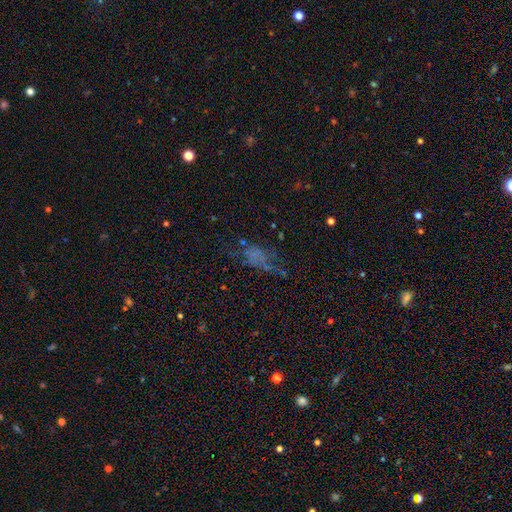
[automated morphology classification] A smooth galaxy with no disk features (41%).

Vote fractions:
- Smooth or featured? smooth: 41% / featured or disk: 33% / star or artifact: 26%
- Merging? none: 38% / major disturbance: 34% / minor disturbance: 21% / merger: 6%